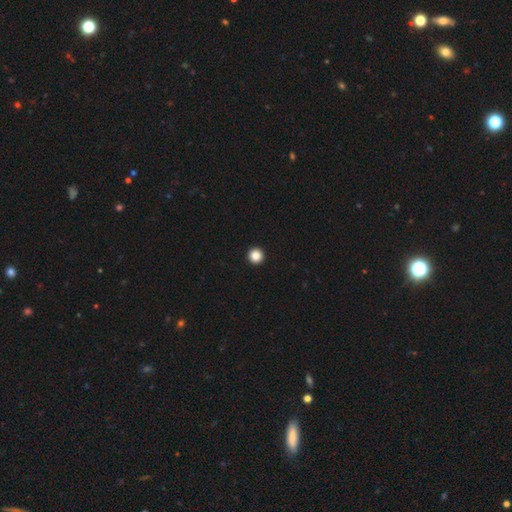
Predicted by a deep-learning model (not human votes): Smooth or featured? smooth (85%)
How rounded? round (97%)
Merging? none (95%)